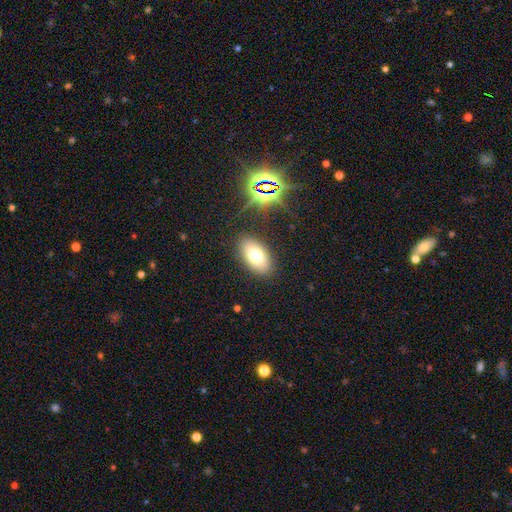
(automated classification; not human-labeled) smooth-or-featured: smooth: 70% | featured or disk: 17% | star or artifact: 14%
  how-rounded: in between: 91% | round: 6% | cigar-shaped: 3%
  merging: none: 87% | minor disturbance: 9% | major disturbance: 3% | merger: 1%